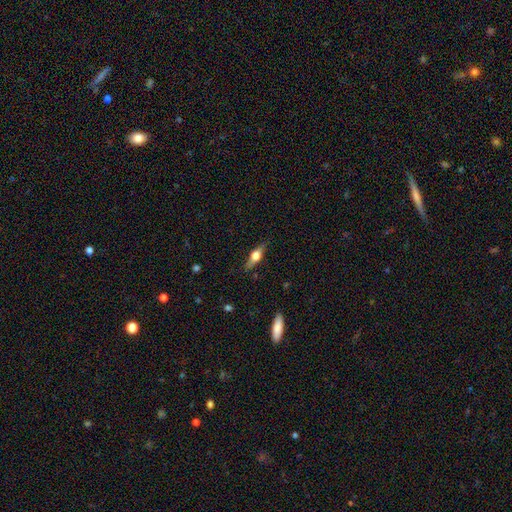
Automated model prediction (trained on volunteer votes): smooth_or_featured: featured or disk (p=0.49) [alt: smooth p=0.44]
merging: none (p=0.82) [alt: minor disturbance p=0.13]